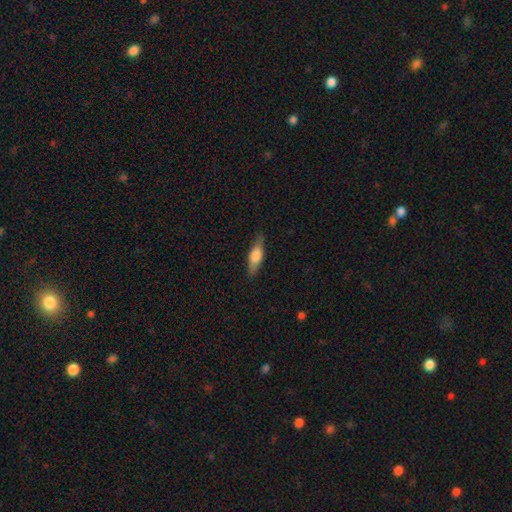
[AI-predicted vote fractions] smooth_or_featured: smooth (p=0.64) [alt: featured or disk p=0.30]
how_rounded: cigar-shaped (p=0.50) [alt: in between p=0.48]
merging: none (p=0.84) [alt: minor disturbance p=0.13]